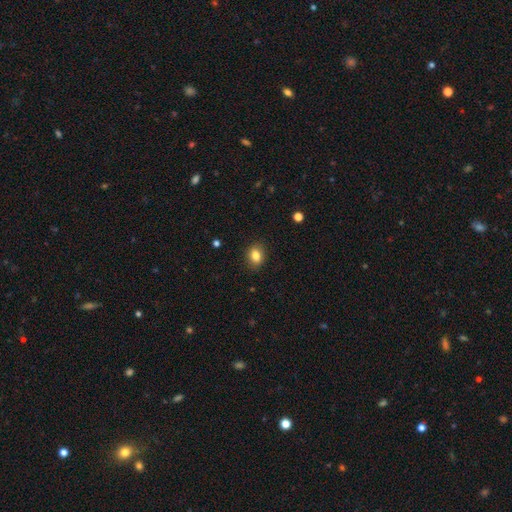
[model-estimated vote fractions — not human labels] A smooth galaxy with no disk features (83%) that is in between round and cigar-shaped (59%). Merging: none (88%).